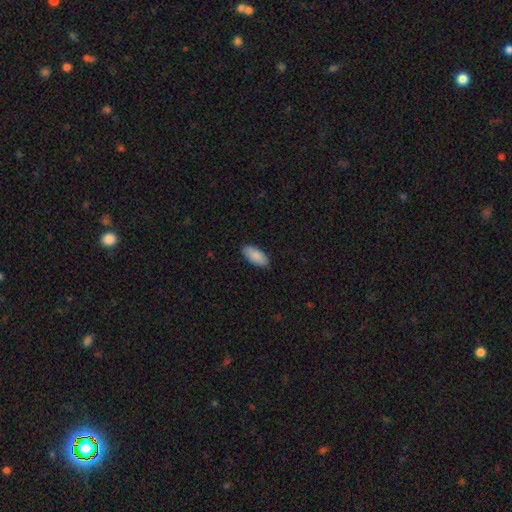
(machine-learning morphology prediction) This is clearly a smooth galaxy (89%). How rounded: clearly in between (90%). Merging: clearly none (87%).